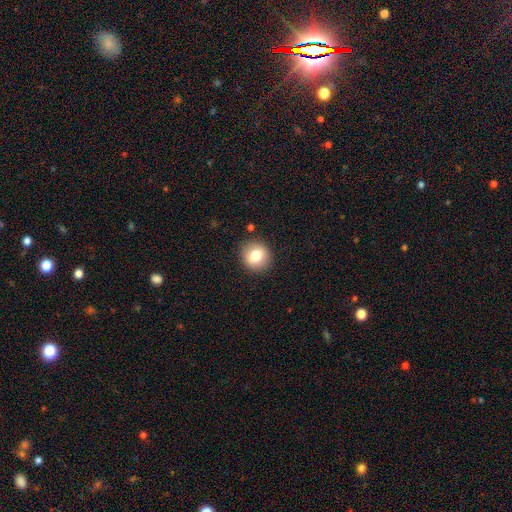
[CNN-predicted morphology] This appears to be a smooth galaxy with no disk features (77%) that is round (89%). Merging: none (90%).